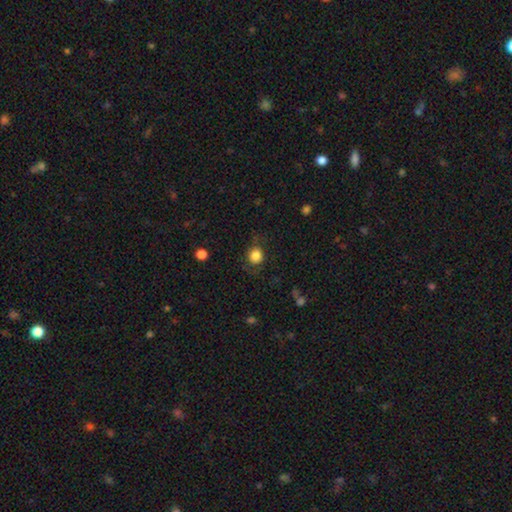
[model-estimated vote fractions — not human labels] Smooth or featured: smooth — 83% (star or artifact — 10%)
How rounded: round — 84% (in between — 15%)
Merging: none — 75% (minor disturbance — 16%)